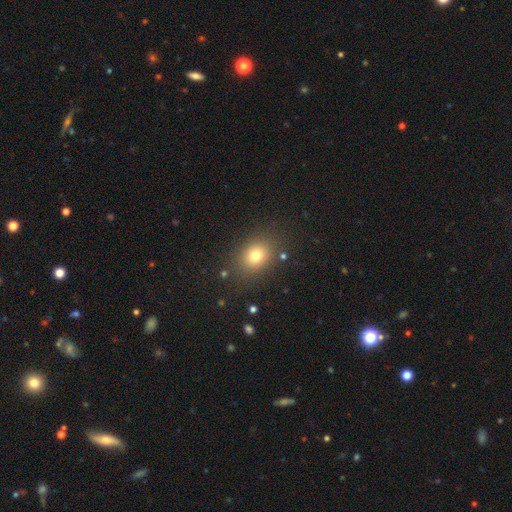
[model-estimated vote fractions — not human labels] smooth 77%, star or artifact 13%, featured or disk 10%. Down the decision tree: how rounded — in between (51%); merging — none (83%).